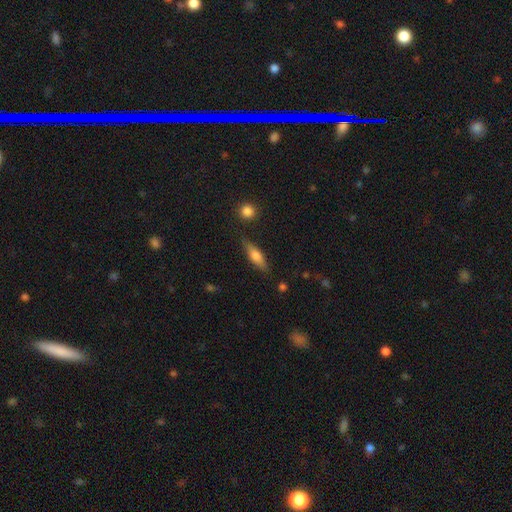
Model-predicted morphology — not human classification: This appears to be a smooth galaxy with no disk features (62%) that is cigar-shaped (54%). Merging: none (82%).